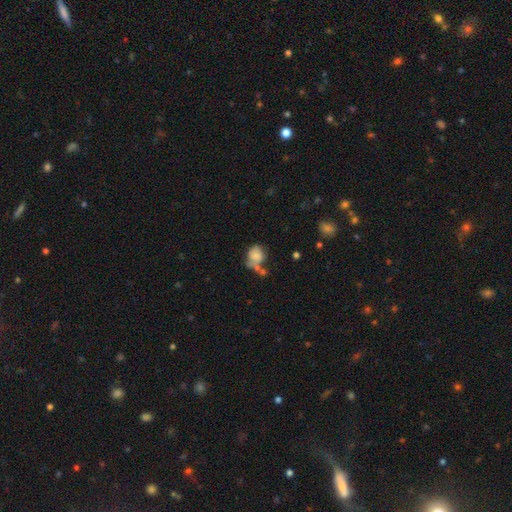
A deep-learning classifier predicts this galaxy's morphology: Smooth or featured? Predicted: smooth (p=0.69). How rounded? Predicted: in between (p=0.53). Merging? Predicted: none (p=0.31).